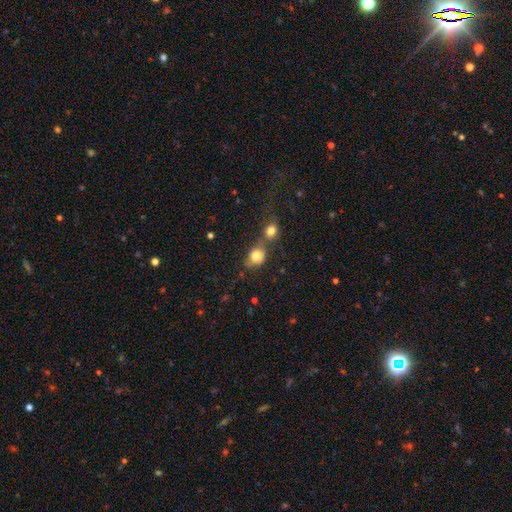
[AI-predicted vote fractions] smooth 78%, featured or disk 11%, star or artifact 11%. Down the decision tree: how rounded — round (58%); merging — merger (42%).